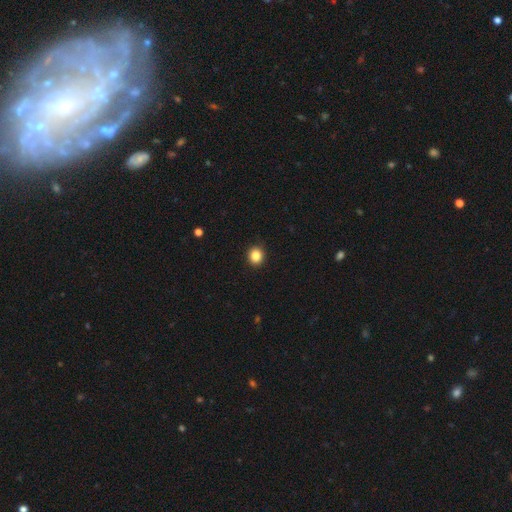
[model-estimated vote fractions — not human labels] Smooth or featured?
  - smooth: 86% *
  - star or artifact: 11%
  - featured or disk: 4%
How rounded?
  - round: 83% *
  - in between: 16%
  - cigar-shaped: 1%
Merging?
  - none: 91% *
  - minor disturbance: 6%
  - major disturbance: 2%
  - merger: 1%